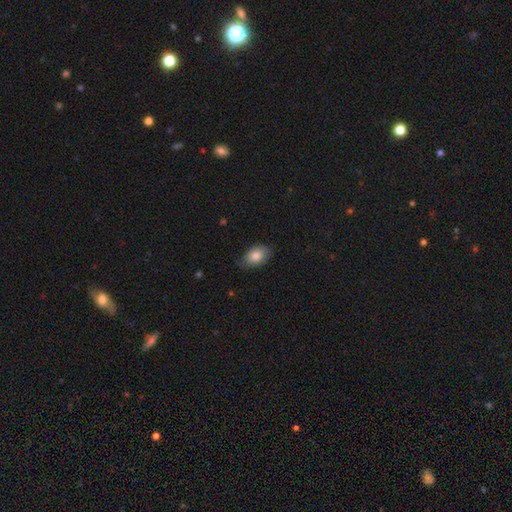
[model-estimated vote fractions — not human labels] Smooth or featured?
  - smooth: 83% *
  - featured or disk: 10%
  - star or artifact: 7%
How rounded?
  - in between: 89% *
  - round: 9%
  - cigar-shaped: 1%
Merging?
  - none: 76% *
  - minor disturbance: 19%
  - major disturbance: 3%
  - merger: 1%